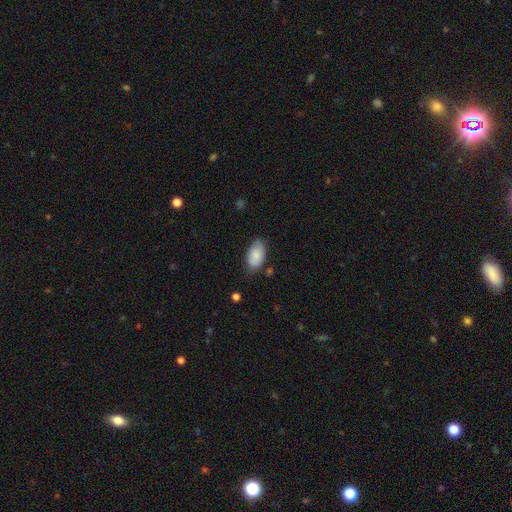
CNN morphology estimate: Smooth or featured? Predicted: smooth (p=0.83). How rounded? Predicted: in between (p=0.94). Merging? Predicted: none (p=0.72).